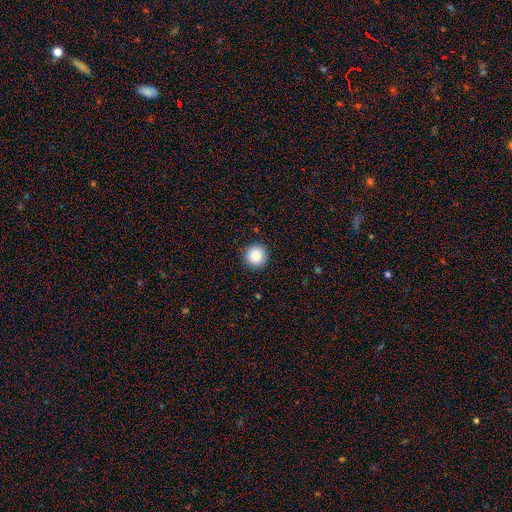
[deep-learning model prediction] A smooth galaxy with no disk features (88%) that is round (96%).

Vote fractions:
- Smooth or featured? smooth: 88% / star or artifact: 9% / featured or disk: 3%
- How rounded? round: 96% / in between: 3% / cigar-shaped: 1%
- Merging? none: 92% / minor disturbance: 5% / major disturbance: 2% / merger: 1%